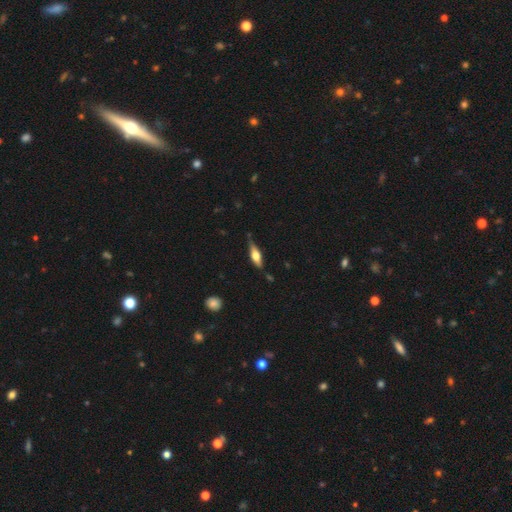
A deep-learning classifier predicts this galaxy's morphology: A smooth galaxy with no disk features (47%, tied with featured or disk).

Vote fractions:
- Smooth or featured? smooth: 47% (tied) / featured or disk: 47% (tied) / star or artifact: 6%
- Merging? none: 72% / minor disturbance: 21% / major disturbance: 4% / merger: 3%